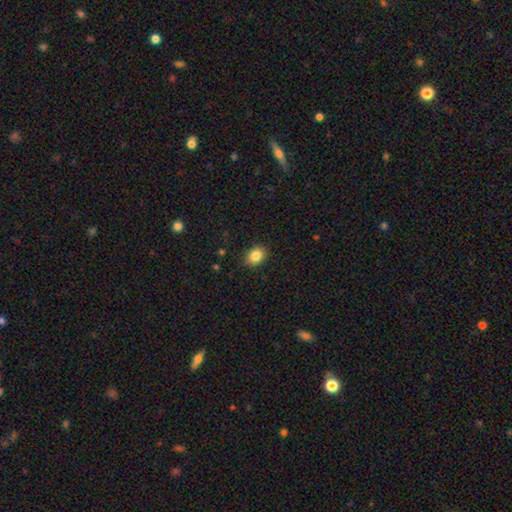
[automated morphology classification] smooth 85%, star or artifact 9%, featured or disk 6%. Down the decision tree: how rounded — in between (56%); merging — none (87%).